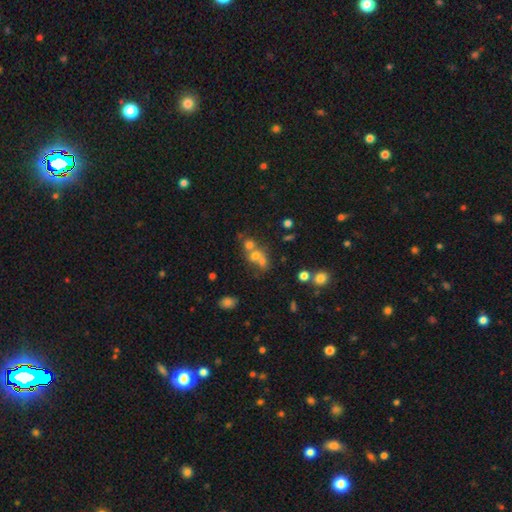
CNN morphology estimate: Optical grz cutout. It shows a smooth galaxy with no disk features (59%) that is round (70%). Merging: merger (59%).